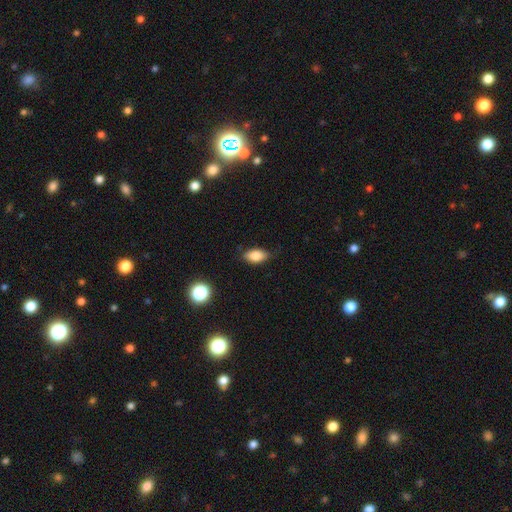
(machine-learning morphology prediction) A smooth galaxy with no disk features (83%) that is in between round and cigar-shaped (89%).

Vote fractions:
- Smooth or featured? smooth: 83% / featured or disk: 9% / star or artifact: 8%
- How rounded? in between: 89% / round: 6% / cigar-shaped: 5%
- Merging? none: 77% / minor disturbance: 19% / major disturbance: 3% / merger: 1%